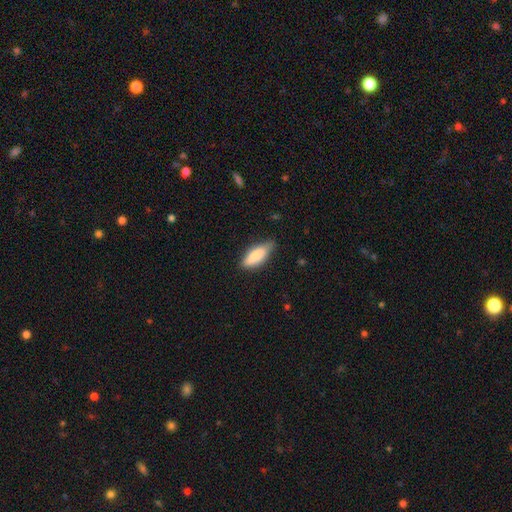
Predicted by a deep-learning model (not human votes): Smooth or featured: smooth — 83% (featured or disk — 11%)
How rounded: in between — 73% (cigar-shaped — 25%)
Merging: none — 66% (minor disturbance — 28%)